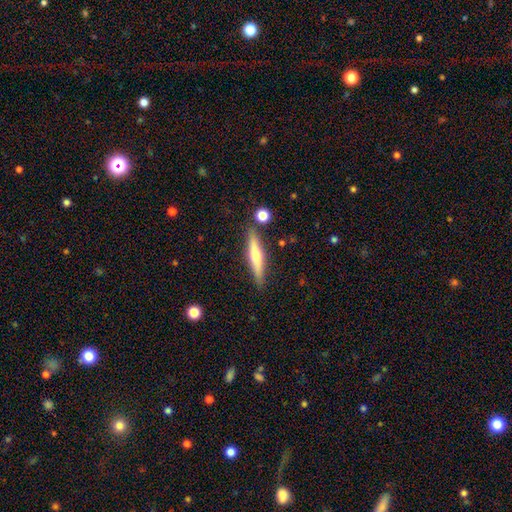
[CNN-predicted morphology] Smooth or featured?
  - featured or disk: 56% *
  - smooth: 38%
  - star or artifact: 6%
Edge-on disk?
  - yes: 95% *
  - no: 5%
Edge-on bulge?
  - rounded: 85% *
  - none: 9%
  - boxy: 6%
Merging?
  - none: 85% *
  - minor disturbance: 9%
  - merger: 4%
  - major disturbance: 2%